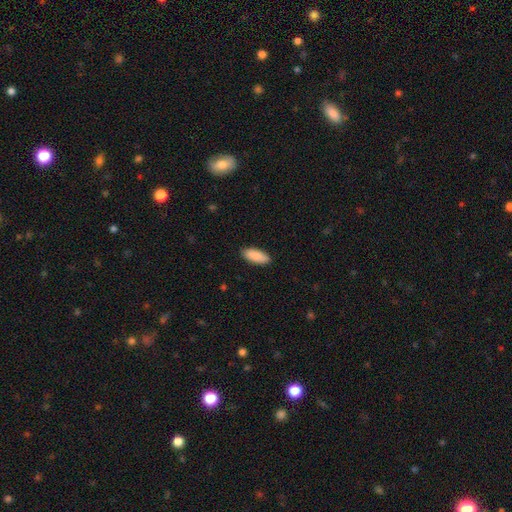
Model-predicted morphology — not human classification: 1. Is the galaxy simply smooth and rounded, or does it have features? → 91% smooth, 6% star or artifact, 4% featured or disk.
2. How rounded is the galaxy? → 79% in between, 20% cigar-shaped, 2% round.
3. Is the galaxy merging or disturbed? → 89% none, 8% minor disturbance, 2% major disturbance, 1% merger.